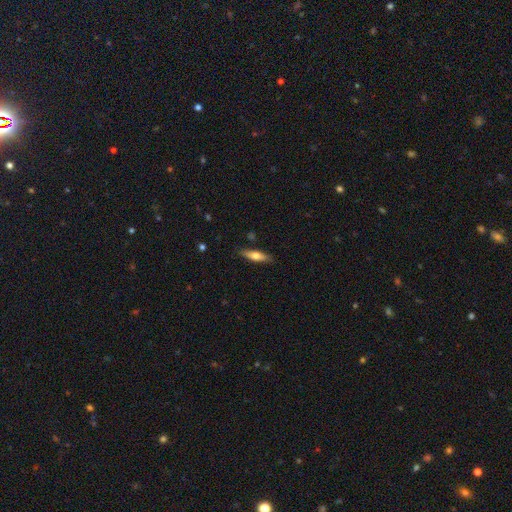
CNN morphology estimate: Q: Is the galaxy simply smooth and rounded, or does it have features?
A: smooth — 51%.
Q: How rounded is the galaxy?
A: cigar-shaped — 71%.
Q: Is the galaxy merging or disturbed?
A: none — 87%.